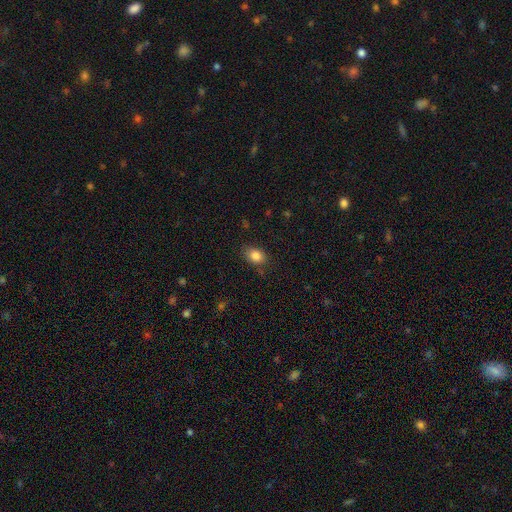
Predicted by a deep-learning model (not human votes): smooth-or-featured: smooth: 85% | star or artifact: 9% | featured or disk: 6%
  how-rounded: in between: 75% | round: 24% | cigar-shaped: 1%
  merging: none: 80% | minor disturbance: 15% | major disturbance: 4% | merger: 2%